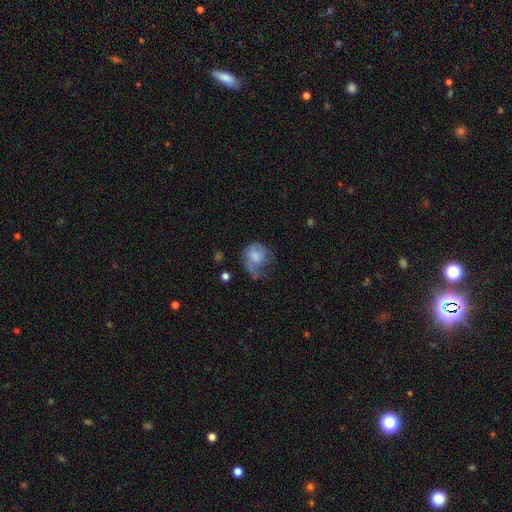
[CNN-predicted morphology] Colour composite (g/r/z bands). It shows a smooth galaxy with no disk features (53%) that is round (64%). Merging: major disturbance (37%).